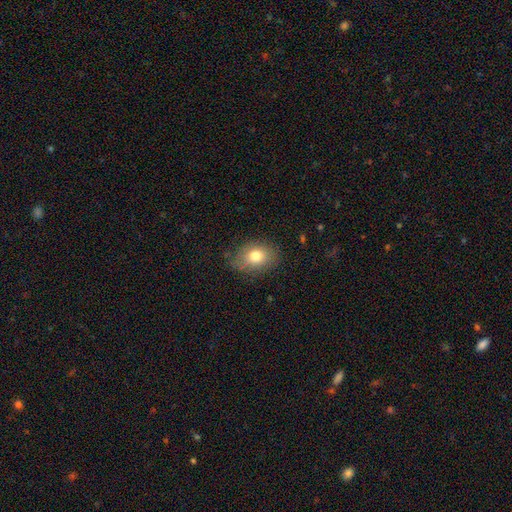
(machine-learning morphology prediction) smooth_or_featured: smooth (p=0.77) [alt: featured or disk p=0.14]
how_rounded: in between (p=0.72) [alt: round p=0.26]
merging: none (p=0.77) [alt: minor disturbance p=0.18]